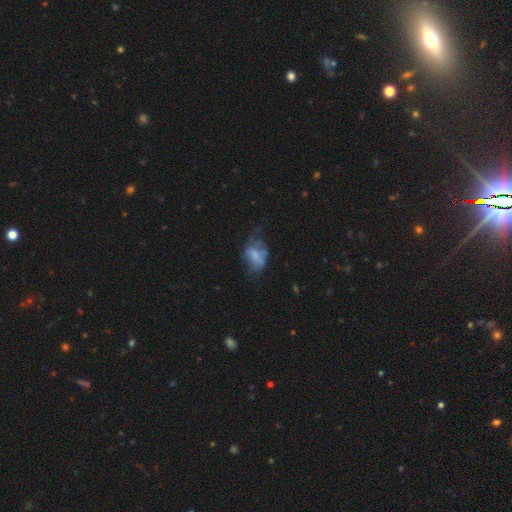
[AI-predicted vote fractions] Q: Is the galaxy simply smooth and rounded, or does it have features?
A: smooth — 50%.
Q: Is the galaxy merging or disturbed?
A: major disturbance — 40%.